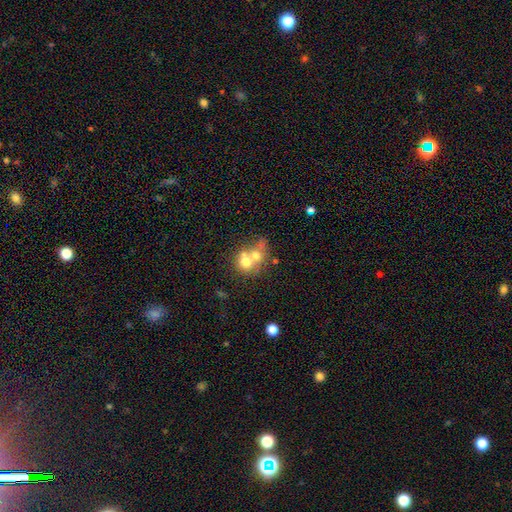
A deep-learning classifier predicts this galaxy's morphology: Smooth or featured? smooth (61%)
How rounded? round (72%)
Merging? merger (65%)